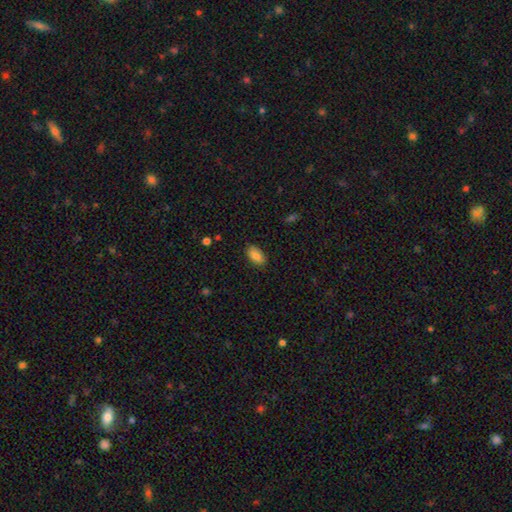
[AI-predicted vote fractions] A smooth galaxy with no disk features (86%) that is in between round and cigar-shaped (92%).

Vote fractions:
- Smooth or featured? smooth: 86% / star or artifact: 8% / featured or disk: 7%
- How rounded? in between: 92% / round: 5% / cigar-shaped: 3%
- Merging? none: 86% / minor disturbance: 11% / major disturbance: 2% / merger: 1%